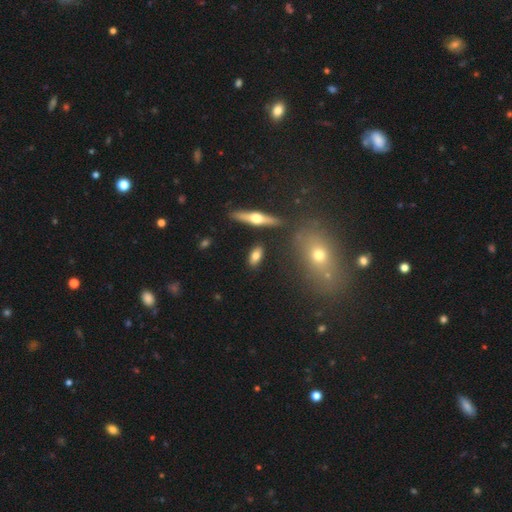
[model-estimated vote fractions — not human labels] A smooth galaxy with no disk features (70%) that is in between round and cigar-shaped (77%).

Vote fractions:
- Smooth or featured? smooth: 70% / featured or disk: 22% / star or artifact: 8%
- How rounded? in between: 77% / cigar-shaped: 15% / round: 8%
- Merging? none: 84% / minor disturbance: 10% / merger: 4% / major disturbance: 3%